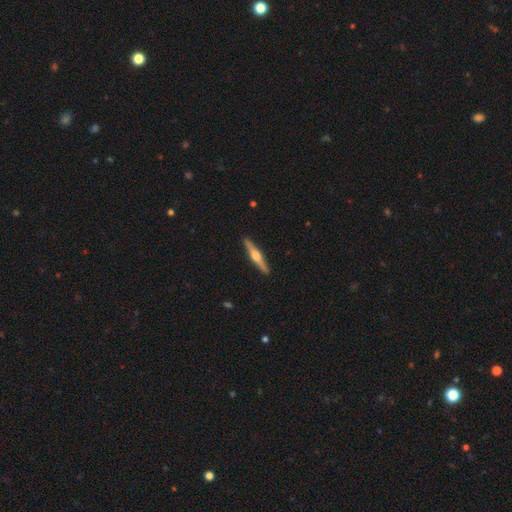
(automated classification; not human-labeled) Overall: featured or disk (73%). Edge-on disk: yes (98%). Edge-on bulge: rounded (93%). Merging: none (92%).